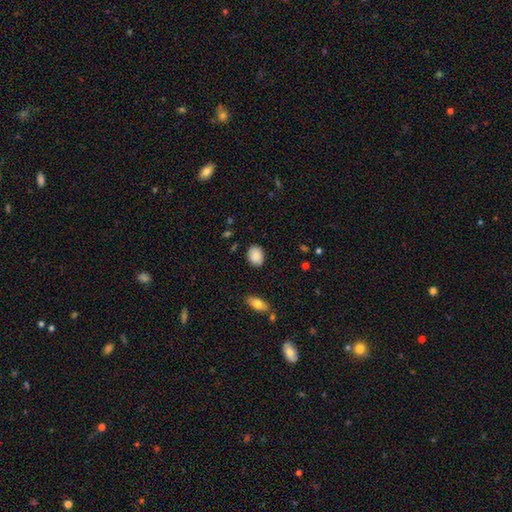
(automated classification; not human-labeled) A smooth galaxy with no disk features (87%) that is in between round and cigar-shaped (64%).

Vote fractions:
- Smooth or featured? smooth: 87% / star or artifact: 7% / featured or disk: 6%
- How rounded? in between: 64% / round: 35% / cigar-shaped: 1%
- Merging? none: 86% / minor disturbance: 11% / major disturbance: 2% / merger: 1%